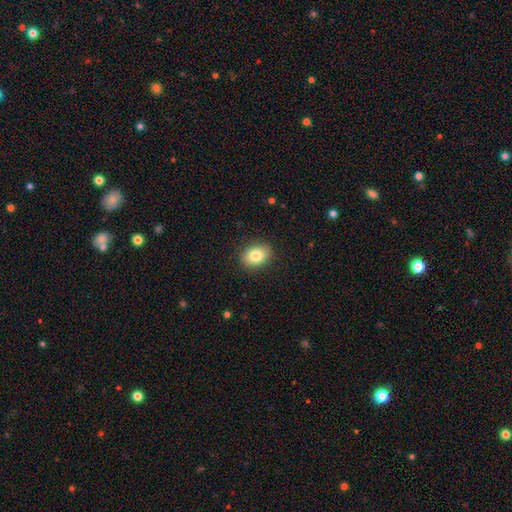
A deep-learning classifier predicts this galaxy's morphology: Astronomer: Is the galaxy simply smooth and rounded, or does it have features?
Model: smooth — 84%.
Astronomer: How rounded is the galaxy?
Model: in between — 68%.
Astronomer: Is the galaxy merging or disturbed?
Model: none — 88%.